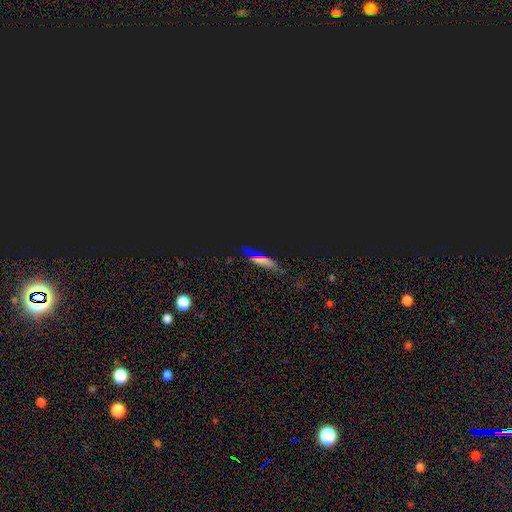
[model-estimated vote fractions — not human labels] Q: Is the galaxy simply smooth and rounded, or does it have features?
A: star or artifact — 44%.